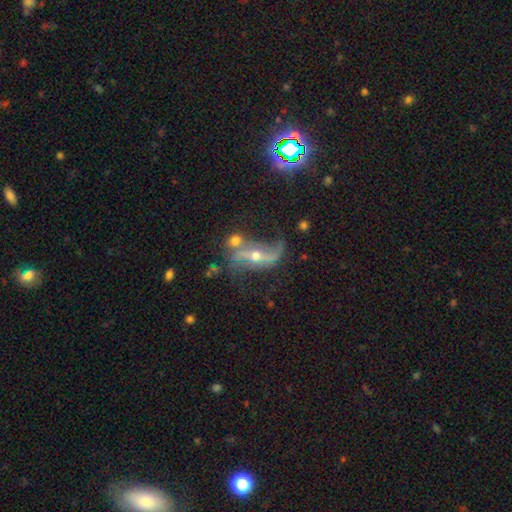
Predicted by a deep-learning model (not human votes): smooth-or-featured: featured or disk: 77% | star or artifact: 12% | smooth: 11%
  disk-edge-on: no: 83% | yes: 17%
    bar: no: 40% | strong: 32% | weak: 28%
    has-spiral-arms: yes: 85% | no: 15%
      spiral-winding: loose: 84% | medium: 12% | tight: 4%
      spiral-arm-count: 2: 77% | 1: 14% | can't tell: 6% | 3: 1% | 4: 1% | more than 4: 1%
    bulge-size: moderate: 59% | small: 35% | large: 3% | none: 2% | dominant: 1%
  merging: none: 42% | merger: 21% | minor disturbance: 19% | major disturbance: 18%